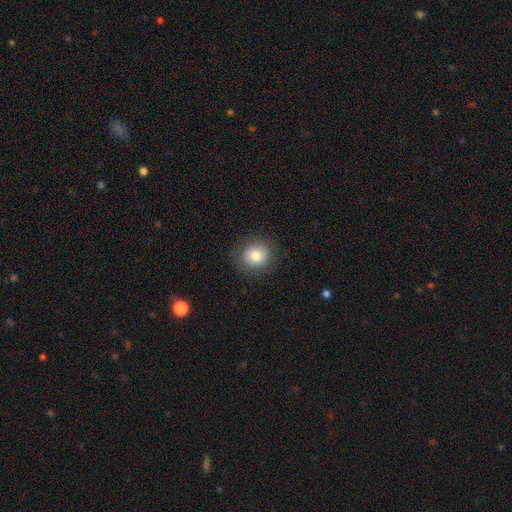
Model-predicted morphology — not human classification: smooth 80%, star or artifact 10%, featured or disk 10%. Down the decision tree: how rounded — round (87%); merging — none (88%).